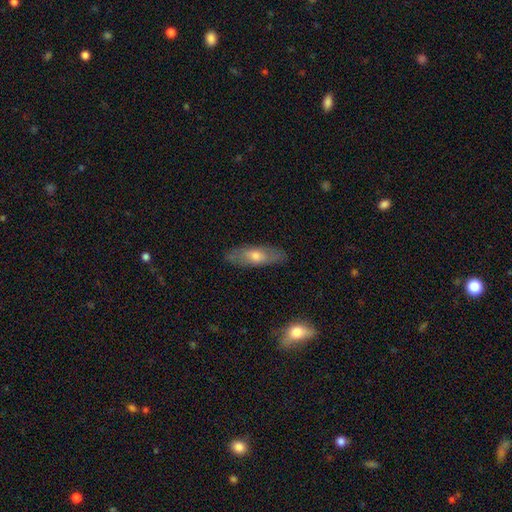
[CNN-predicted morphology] Overall: smooth (55%; featured or disk 39%). How rounded: in between (57%; cigar-shaped 40%). Merging: none (85%).